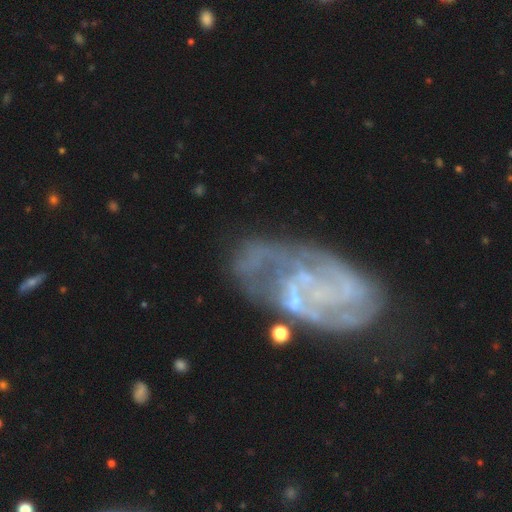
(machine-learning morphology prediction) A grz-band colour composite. It shows a featured or disk galaxy (75%) with no bar (58%), spiral arms (69%) and no central bulge (51%). Merging: none (48%).